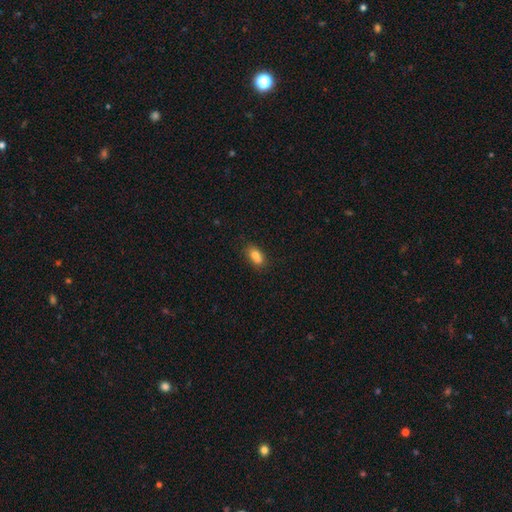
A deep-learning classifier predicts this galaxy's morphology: The model was most divided on "merging": none: 68%, minor disturbance: 19%, merger: 10%, major disturbance: 4%. More confident: how rounded — in between (87%); smooth or featured — smooth (80%).